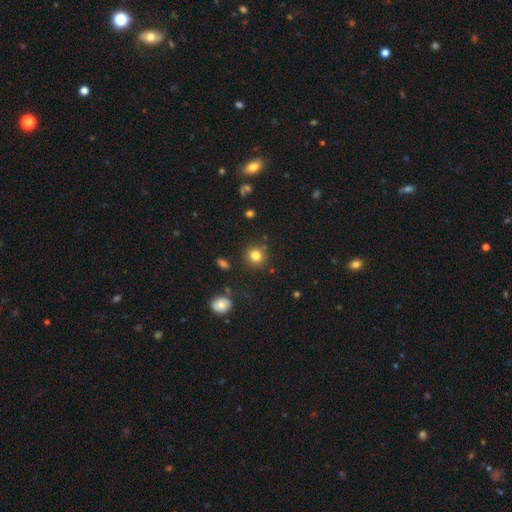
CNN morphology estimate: A smooth galaxy with no disk features (80%) that is round (88%). Merging: none (84%).